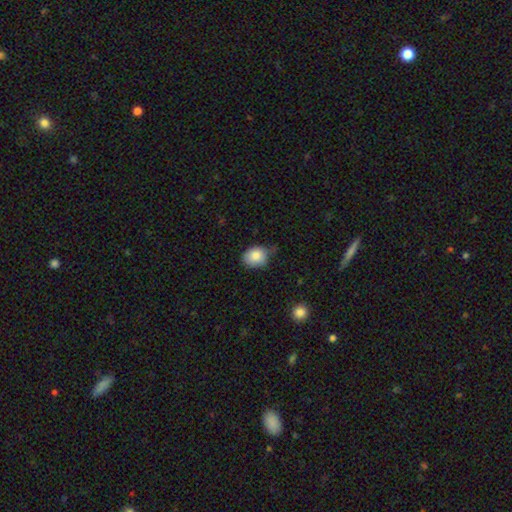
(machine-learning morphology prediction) A smooth galaxy with no disk features (84%) that is in between round and cigar-shaped (52%).

Vote fractions:
- Smooth or featured? smooth: 84% / star or artifact: 8% / featured or disk: 7%
- How rounded? in between: 52% / round: 47% / cigar-shaped: 1%
- Merging? none: 58% / minor disturbance: 33% / major disturbance: 6% / merger: 3%